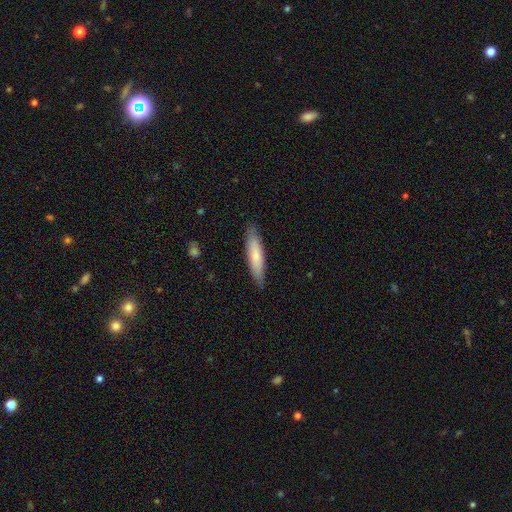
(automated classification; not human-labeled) The model was most divided on "smooth or featured": smooth: 73%, featured or disk: 22%, star or artifact: 5%. More confident: merging — none (87%); how rounded — cigar-shaped (81%).